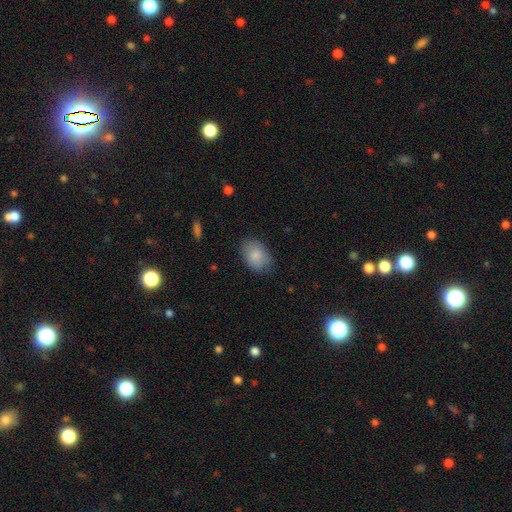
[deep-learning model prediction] A smooth galaxy with no disk features (86%) that is in between round and cigar-shaped (83%). Merging: none (78%).